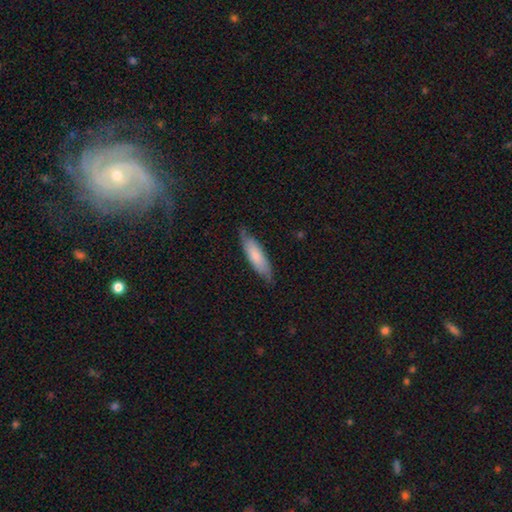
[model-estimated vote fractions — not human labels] Q: Smooth or featured?
A: smooth (71%); runner-up: featured or disk (23%)
Q: How rounded?
A: cigar-shaped (63%); runner-up: in between (35%)
Q: Merging?
A: none (78%); runner-up: minor disturbance (18%)